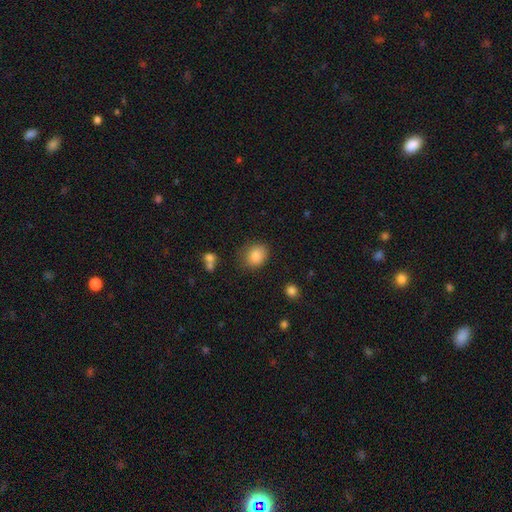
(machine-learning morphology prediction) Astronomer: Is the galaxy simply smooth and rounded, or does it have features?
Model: smooth — 85%.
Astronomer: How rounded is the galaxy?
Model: round — 54% (runner-up: in between, 45%).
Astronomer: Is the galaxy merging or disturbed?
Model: none — 73%.